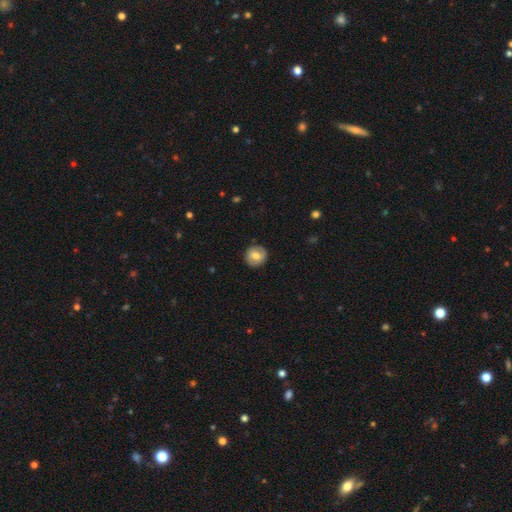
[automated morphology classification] This appears to be a smooth galaxy with no disk features (67%) that is round (91%). Merging: none (88%).